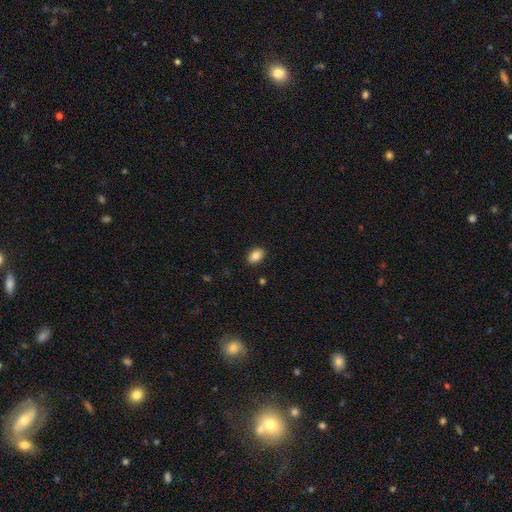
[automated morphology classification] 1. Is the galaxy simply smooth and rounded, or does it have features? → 86% smooth, 8% star or artifact, 6% featured or disk.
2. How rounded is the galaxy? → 82% in between, 17% round, 1% cigar-shaped.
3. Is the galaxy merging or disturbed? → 89% none, 8% minor disturbance, 2% major disturbance, 1% merger.